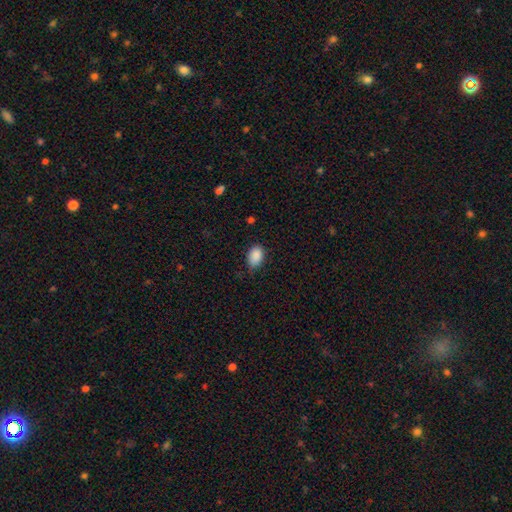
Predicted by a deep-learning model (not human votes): Smooth or featured?
  - smooth: 89% *
  - star or artifact: 8%
  - featured or disk: 3%
How rounded?
  - in between: 86% *
  - round: 13%
  - cigar-shaped: 1%
Merging?
  - none: 75% *
  - minor disturbance: 21%
  - major disturbance: 4%
  - merger: 1%